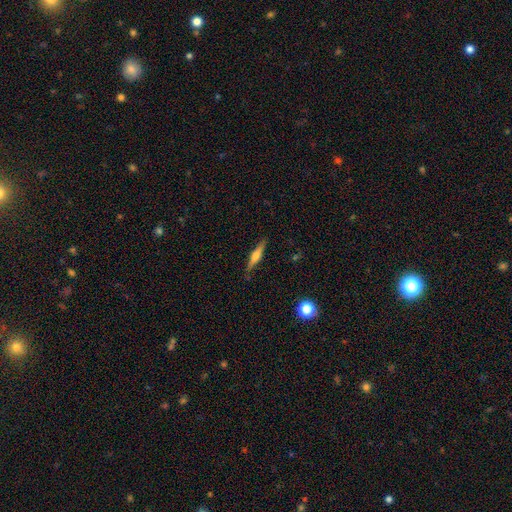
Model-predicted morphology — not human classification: smooth-or-featured: featured or disk: 59% | smooth: 34% | star or artifact: 6%
  disk-edge-on: yes: 97% | no: 3%
    edge-on-bulge: rounded: 85% | boxy: 9% | none: 6%
  merging: none: 87% | minor disturbance: 9% | major disturbance: 2% | merger: 1%